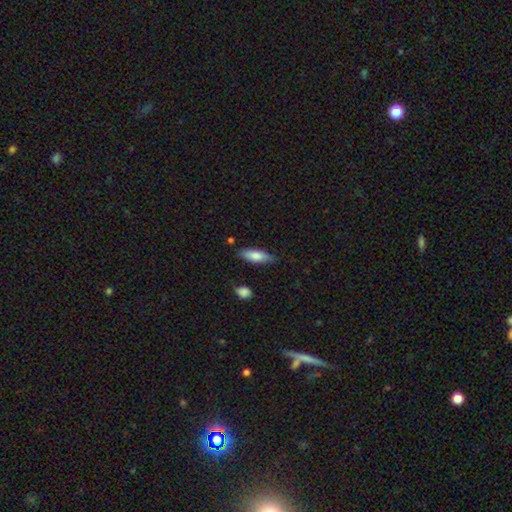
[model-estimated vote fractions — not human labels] Morphology: type=smooth (78%); roundness=in between (58%); merging=none (76%).